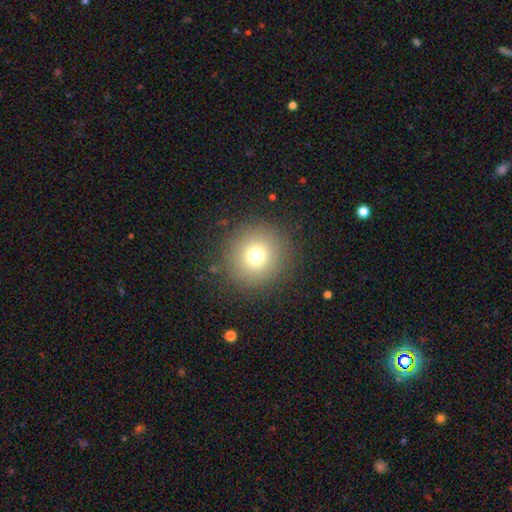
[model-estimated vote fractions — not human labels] A smooth galaxy with no disk features (73%) that is round (95%). Merging: none (89%).